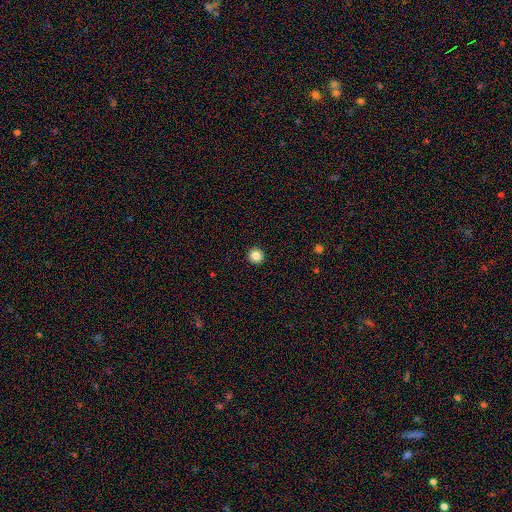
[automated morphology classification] This is clearly a smooth galaxy (84%). How rounded: clearly round (95%). Merging: clearly none (94%).